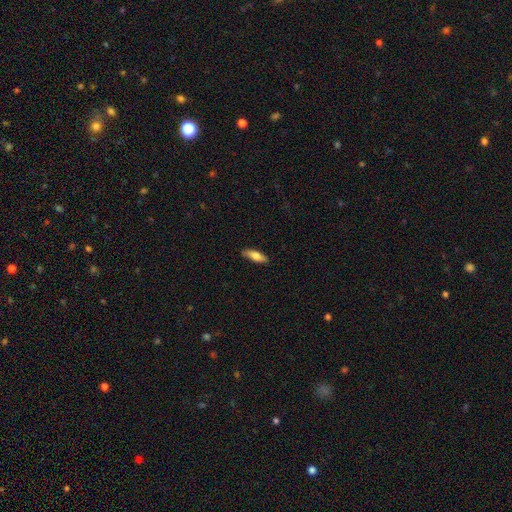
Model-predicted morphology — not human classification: Smooth or featured: smooth — 75% (featured or disk — 19%)
How rounded: in between — 53% (cigar-shaped — 45%)
Merging: none — 85% (minor disturbance — 12%)